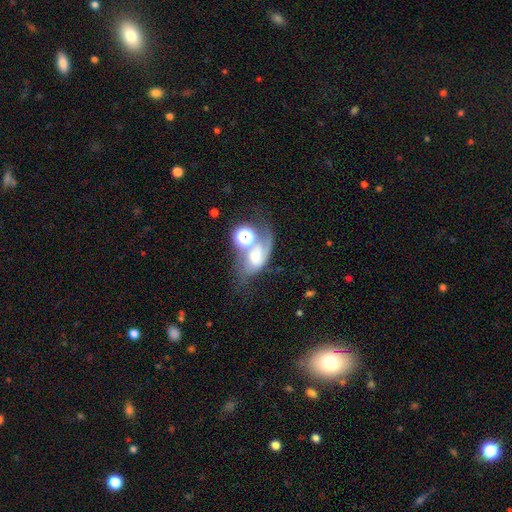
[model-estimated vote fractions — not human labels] Smooth or featured? Predicted: featured or disk (p=0.46). Merging? Predicted: merger (p=0.38).